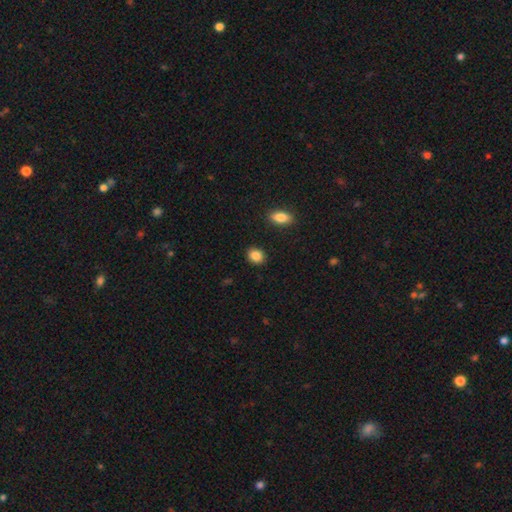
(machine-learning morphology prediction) Q: Smooth or featured?
A: smooth (87%); runner-up: star or artifact (9%)
Q: How rounded?
A: round (58%); runner-up: in between (40%)
Q: Merging?
A: none (90%); runner-up: minor disturbance (7%)